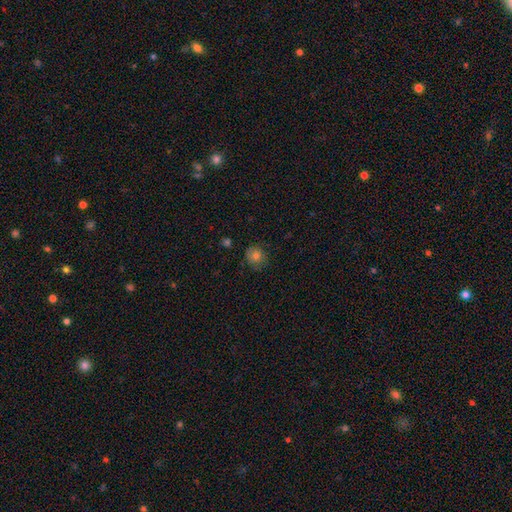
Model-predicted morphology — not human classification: type=smooth (78%); roundness=round (85%); merging=none (78%).